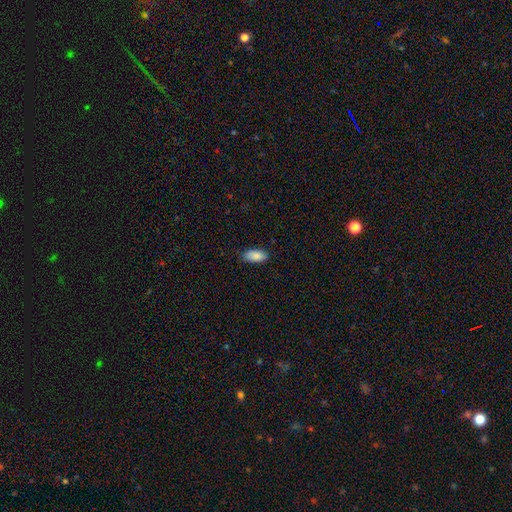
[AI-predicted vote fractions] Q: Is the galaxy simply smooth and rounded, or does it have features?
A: smooth — 88%.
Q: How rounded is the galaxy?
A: in between — 90%.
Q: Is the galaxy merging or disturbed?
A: none — 85%.